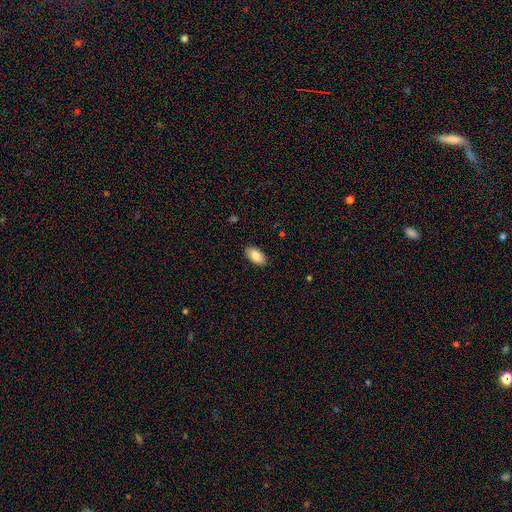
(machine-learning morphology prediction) Overall: smooth (84%). How rounded: in between (94%). Merging: none (88%).